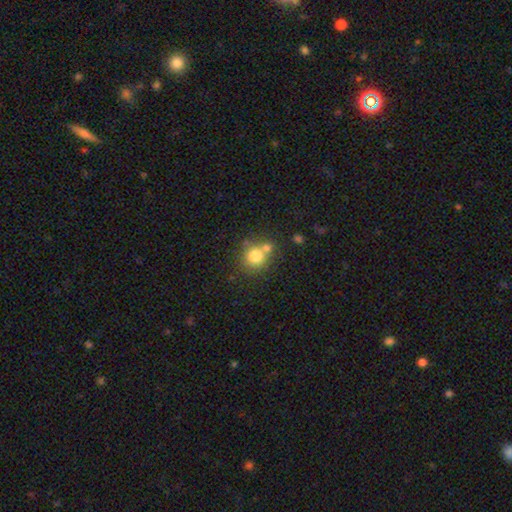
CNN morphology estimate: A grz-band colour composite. It shows a smooth galaxy with no disk features (78%) that is round (87%). Merging: none (54%).